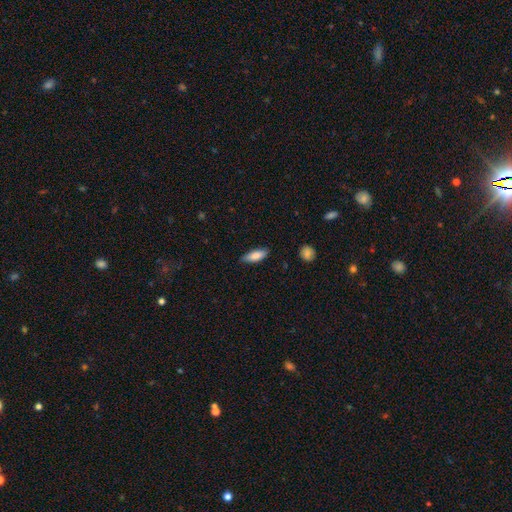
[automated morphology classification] Smooth or featured: smooth — 82% (featured or disk — 12%)
How rounded: in between — 64% (cigar-shaped — 34%)
Merging: none — 84% (minor disturbance — 13%)